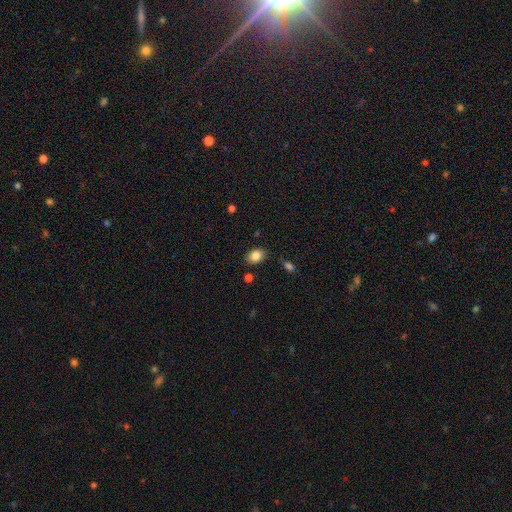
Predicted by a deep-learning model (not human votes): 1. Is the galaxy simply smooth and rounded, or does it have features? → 85% smooth, 9% star or artifact, 6% featured or disk.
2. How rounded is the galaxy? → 74% in between, 25% round, 1% cigar-shaped.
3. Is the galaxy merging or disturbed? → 81% none, 13% minor disturbance, 3% major disturbance, 3% merger.